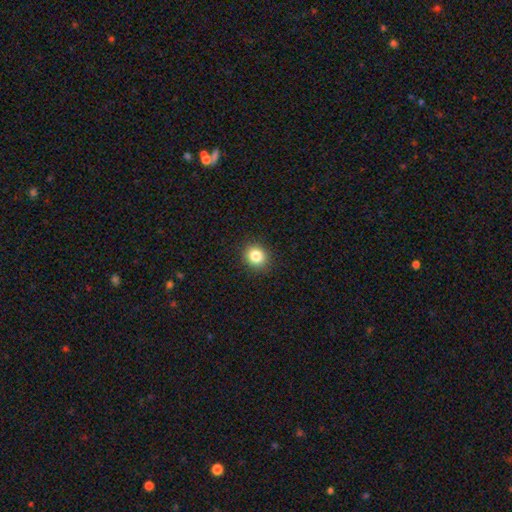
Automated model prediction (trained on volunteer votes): Smooth or featured: smooth — 84% (star or artifact — 11%)
How rounded: round — 80% (in between — 19%)
Merging: none — 91% (minor disturbance — 6%)